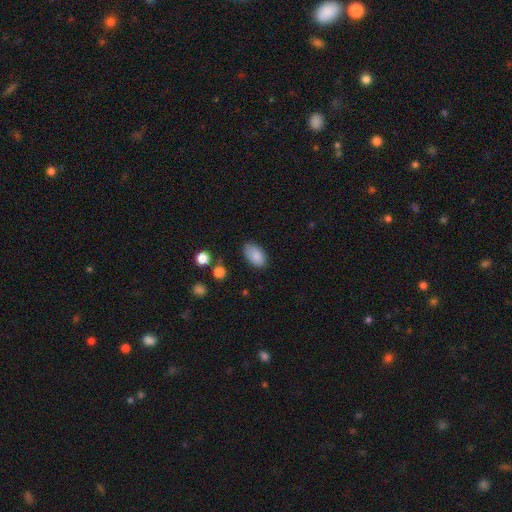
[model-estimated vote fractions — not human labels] Overall: smooth (87%). How rounded: in between (93%). Merging: none (77%).